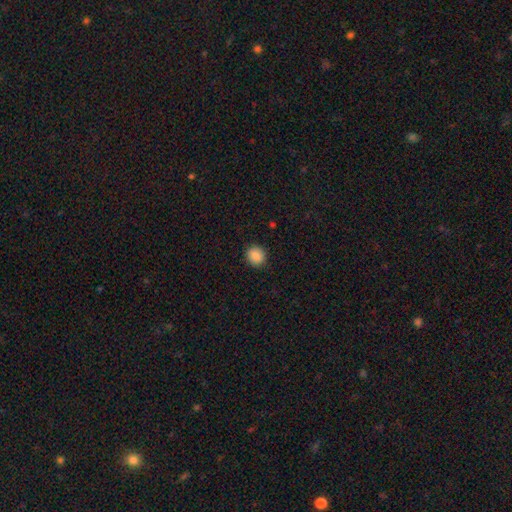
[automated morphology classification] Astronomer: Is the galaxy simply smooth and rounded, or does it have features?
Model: smooth — 87%.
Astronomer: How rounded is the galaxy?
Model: round — 86%.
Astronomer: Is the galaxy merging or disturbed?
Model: none — 90%.